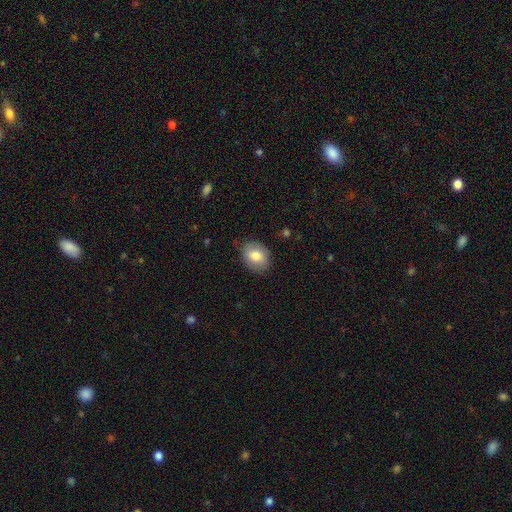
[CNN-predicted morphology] The model was most divided on "how rounded": in between: 60%, round: 39%, cigar-shaped: 1%. More confident: merging — none (84%); smooth or featured — smooth (79%).